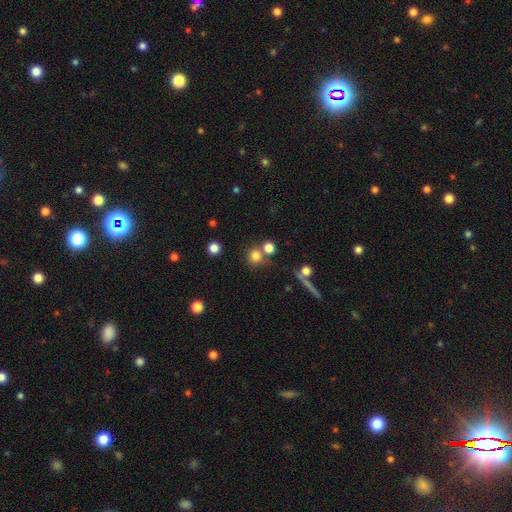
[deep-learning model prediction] smooth_or_featured: smooth (p=0.78) [alt: star or artifact p=0.14]
how_rounded: round (p=0.90) [alt: in between p=0.08]
merging: none (p=0.63) [alt: merger p=0.24]